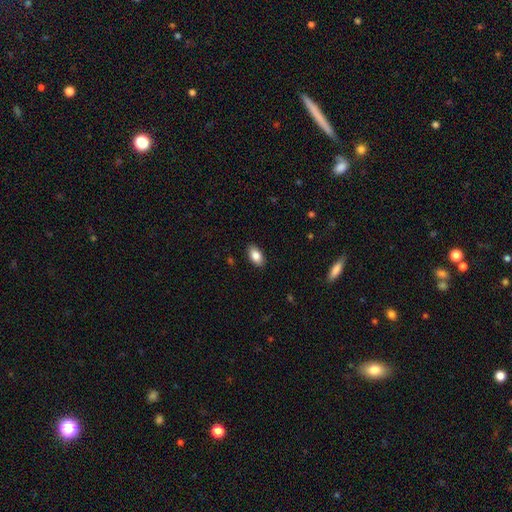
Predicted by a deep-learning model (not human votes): smooth_or_featured: smooth (p=0.85) [alt: star or artifact p=0.07]
how_rounded: in between (p=0.93) [alt: round p=0.05]
merging: none (p=0.88) [alt: minor disturbance p=0.09]